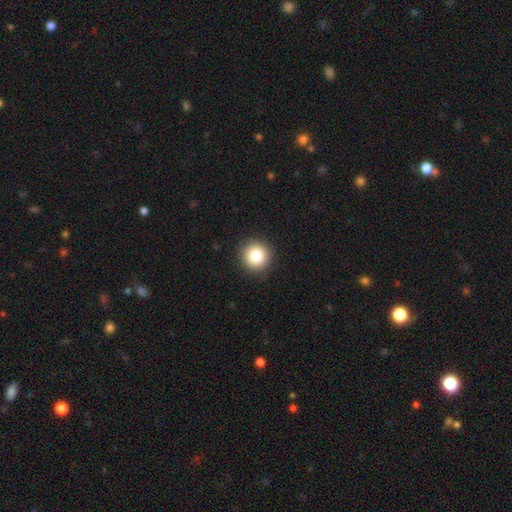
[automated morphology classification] A smooth galaxy with no disk features (85%) that is round (94%).

Vote fractions:
- Smooth or featured? smooth: 85% / star or artifact: 10% / featured or disk: 5%
- How rounded? round: 94% / in between: 5% / cigar-shaped: 1%
- Merging? none: 91% / minor disturbance: 6% / major disturbance: 2% / merger: 1%